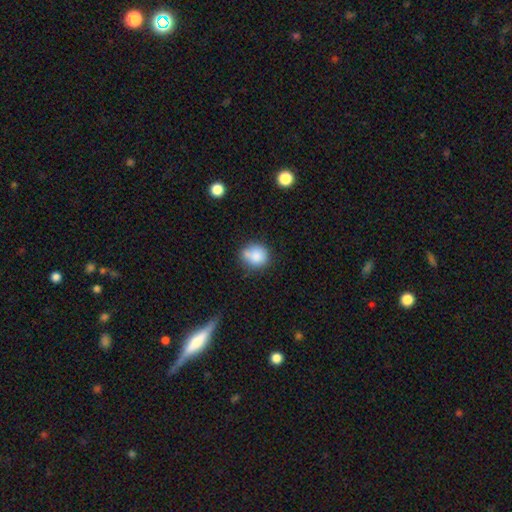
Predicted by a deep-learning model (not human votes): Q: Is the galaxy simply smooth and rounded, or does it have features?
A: smooth — 82%.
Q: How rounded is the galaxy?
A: round — 82%.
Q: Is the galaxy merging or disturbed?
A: none — 58%.